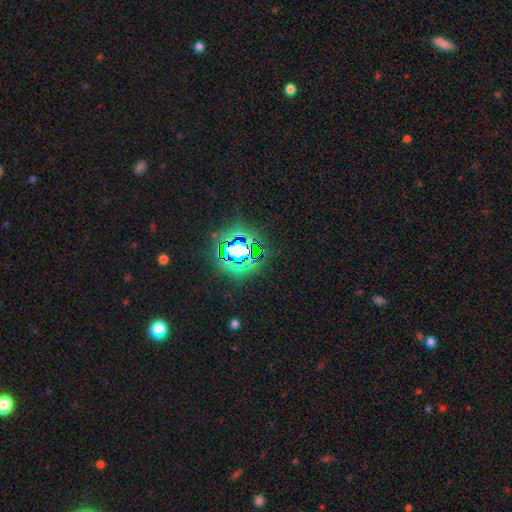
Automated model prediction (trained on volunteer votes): The model was most divided on "smooth or featured": star or artifact: 84%, smooth: 10%, featured or disk: 6%.